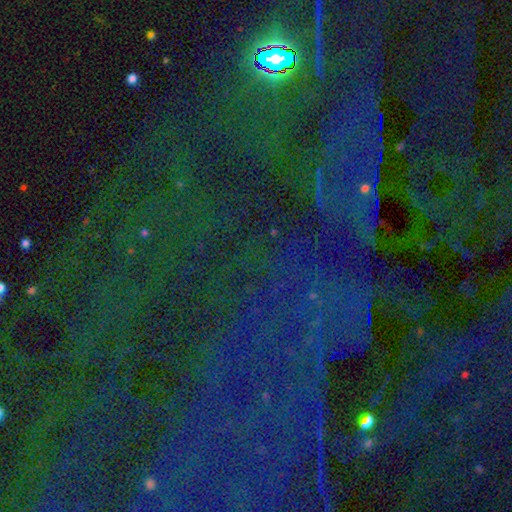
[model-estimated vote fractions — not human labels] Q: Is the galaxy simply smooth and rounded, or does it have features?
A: star or artifact — 83%.